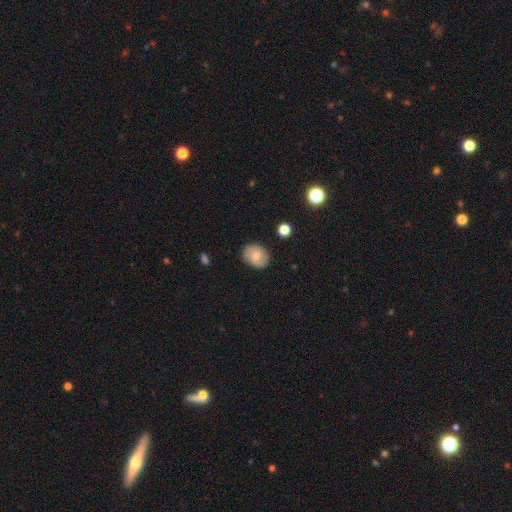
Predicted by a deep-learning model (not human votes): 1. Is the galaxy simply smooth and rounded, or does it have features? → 66% smooth, 26% featured or disk, 8% star or artifact.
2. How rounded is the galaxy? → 56% in between, 43% round, 1% cigar-shaped.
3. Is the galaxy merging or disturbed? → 83% none, 13% minor disturbance, 3% major disturbance, 1% merger.